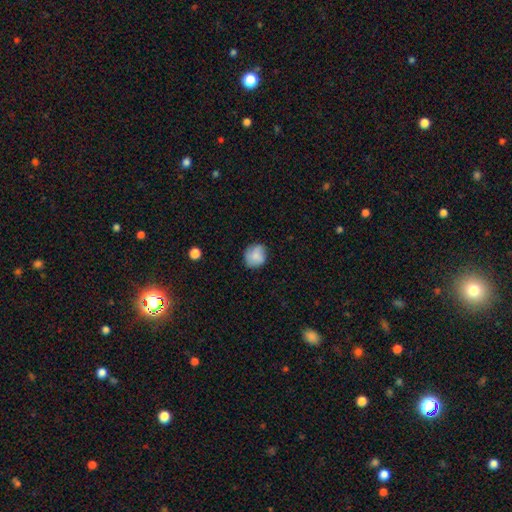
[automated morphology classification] Q: Smooth or featured?
A: smooth (79%); runner-up: featured or disk (13%)
Q: How rounded?
A: round (80%); runner-up: in between (19%)
Q: Merging?
A: none (76%); runner-up: minor disturbance (19%)